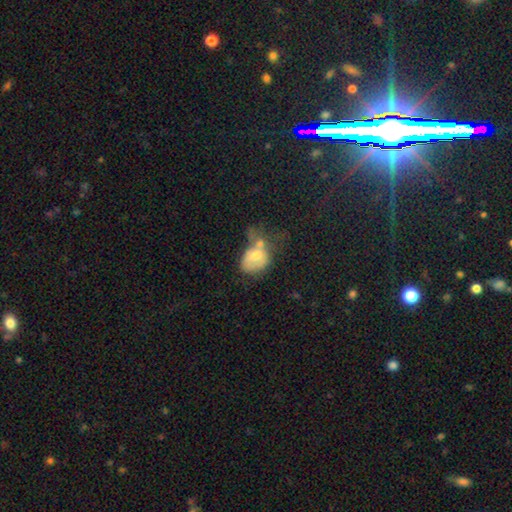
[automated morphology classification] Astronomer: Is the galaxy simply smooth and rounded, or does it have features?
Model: smooth — 58% (runner-up: featured or disk, 34%).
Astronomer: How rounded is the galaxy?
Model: in between — 69%.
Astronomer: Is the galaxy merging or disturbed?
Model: merger — 38% (runner-up: major disturbance, 27%).